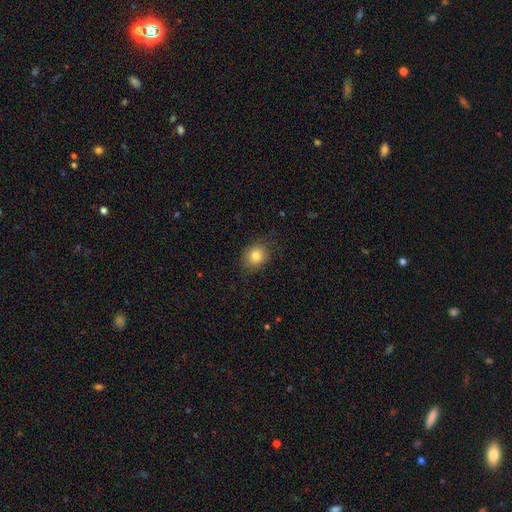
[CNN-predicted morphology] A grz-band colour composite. It shows a smooth galaxy with no disk features (81%) that is round (61%). Merging: none (78%).